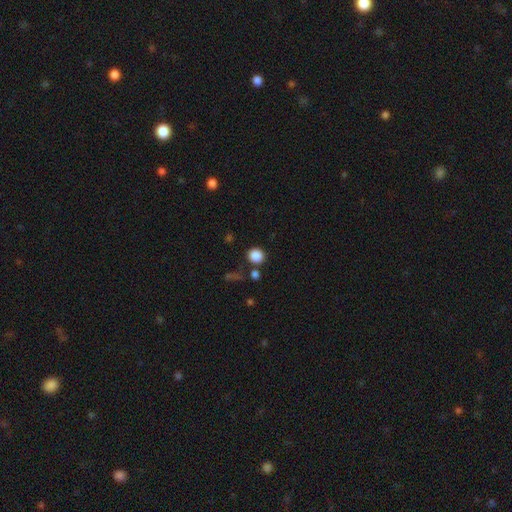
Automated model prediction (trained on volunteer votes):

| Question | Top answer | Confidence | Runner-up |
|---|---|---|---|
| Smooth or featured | smooth | 85% | star or artifact (10%) |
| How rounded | round | 86% | in between (13%) |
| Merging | none | 79% | minor disturbance (9%) |